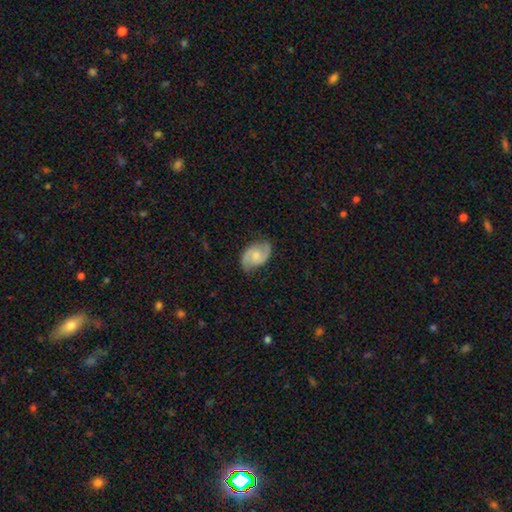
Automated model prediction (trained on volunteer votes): Q: Smooth or featured?
A: featured or disk (75%); runner-up: smooth (19%)
Q: Edge-on disk?
A: no (98%); runner-up: yes (2%)
Q: Bar?
A: no (54%); runner-up: weak (40%)
Q: Spiral arms?
A: yes (95%); runner-up: no (5%)
Q: Spiral winding?
A: medium (51%); runner-up: loose (28%)
Q: Spiral arm count?
A: 2 (92%); runner-up: can't tell (4%)
Q: Bulge size?
A: moderate (44%); runner-up: small (40%)
Q: Merging?
A: none (80%); runner-up: minor disturbance (15%)